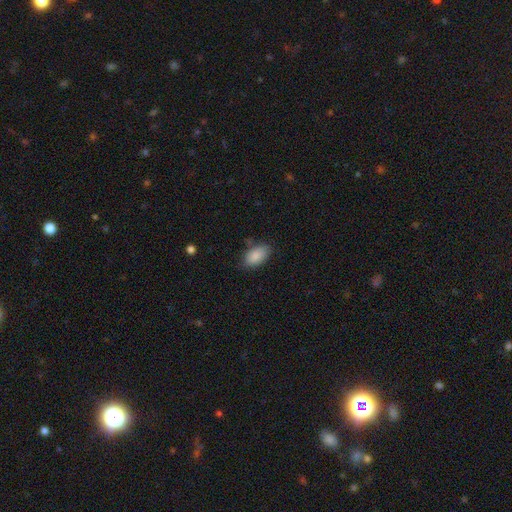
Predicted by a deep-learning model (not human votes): Smooth or featured? smooth (88%)
How rounded? in between (93%)
Merging? none (77%)